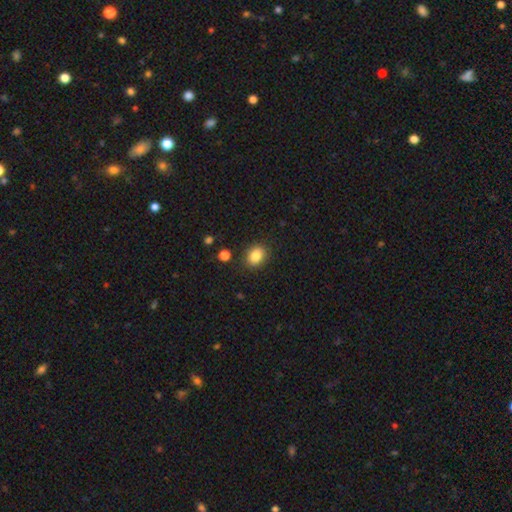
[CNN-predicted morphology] smooth_or_featured: smooth (p=0.85) [alt: star or artifact p=0.09]
how_rounded: in between (p=0.56) [alt: round p=0.43]
merging: none (p=0.87) [alt: minor disturbance p=0.09]